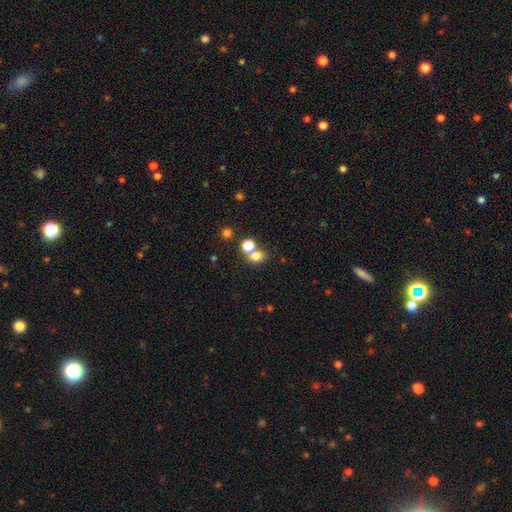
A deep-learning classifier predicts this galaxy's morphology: Overall: smooth (76%). How rounded: round (52%; in between 47%). Merging: none (53%; merger 34%).